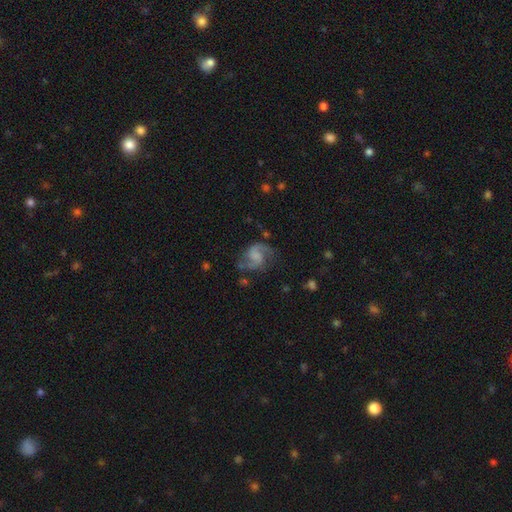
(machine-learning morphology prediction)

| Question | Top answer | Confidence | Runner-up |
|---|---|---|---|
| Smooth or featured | featured or disk | 85% | smooth (9%) |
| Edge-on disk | no | 98% | yes (2%) |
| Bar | no | 50% | weak (41%) |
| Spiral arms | yes | 97% | no (3%) |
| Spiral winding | medium | 53% | loose (34%) |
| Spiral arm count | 2 | 92% | can't tell (2%) |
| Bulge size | none | 48% | small (26%) |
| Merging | none | 70% | minor disturbance (18%) |